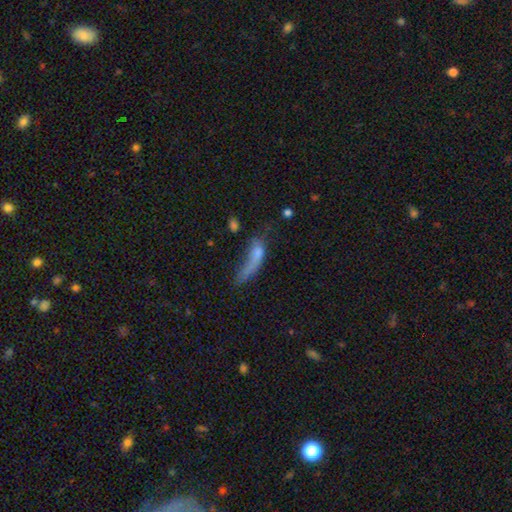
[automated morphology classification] Smooth or featured? Predicted: smooth (p=0.61). How rounded? Predicted: cigar-shaped (p=0.52). Merging? Predicted: major disturbance (p=0.47).